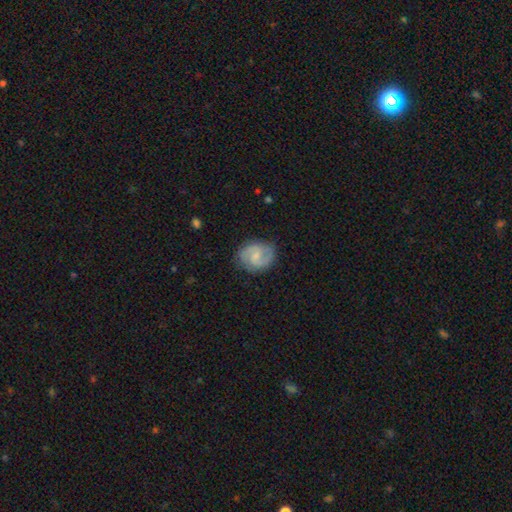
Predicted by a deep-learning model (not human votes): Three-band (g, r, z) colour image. It shows a featured or disk galaxy (81%) with a weak bar (52%), 2 (90%) medium (54%) spiral arms (96%) and a small central bulge (52%). Merging: none (81%).